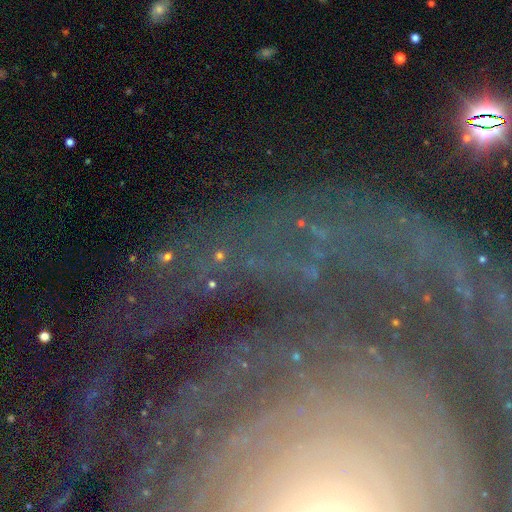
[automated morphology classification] Smooth or featured? Predicted: featured or disk (p=0.63). Edge-on disk? Predicted: no (p=0.89). Bar? Predicted: no (p=0.43). Spiral arms? Predicted: yes (p=0.90). Spiral winding? Predicted: tight (p=0.73). Spiral arm count? Predicted: can't tell (p=0.27). Bulge size? Predicted: small (p=0.57). Merging? Predicted: none (p=0.77).